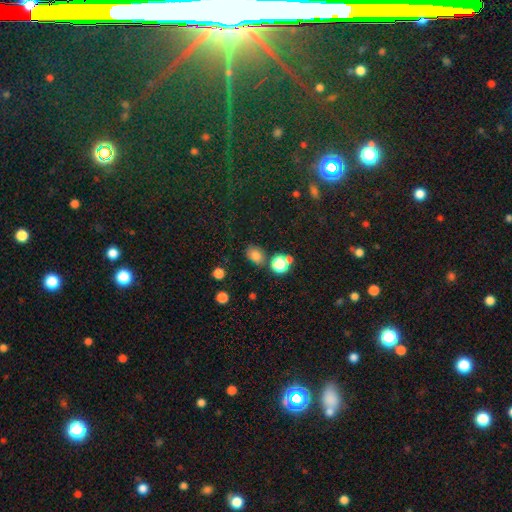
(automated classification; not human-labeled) smooth_or_featured: smooth (p=0.75) [alt: star or artifact p=0.19]
how_rounded: in between (p=0.58) [alt: round p=0.41]
merging: none (p=0.74) [alt: minor disturbance p=0.14]